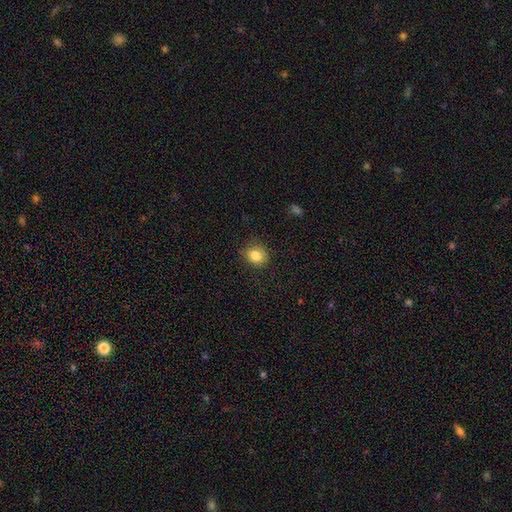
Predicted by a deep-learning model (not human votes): A smooth galaxy with no disk features (83%) that is round (79%). Merging: none (83%).